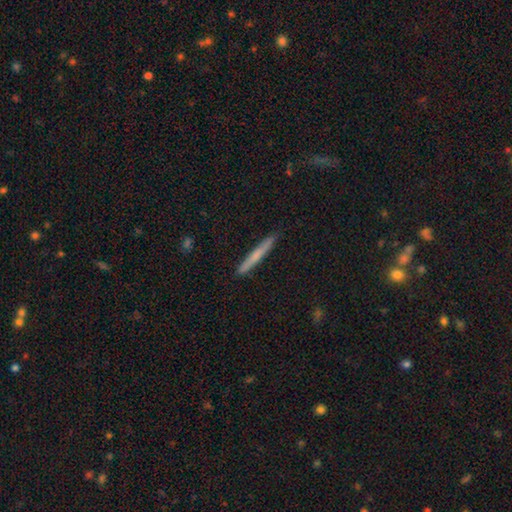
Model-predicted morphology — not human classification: type=smooth (61%); roundness=cigar-shaped (97%); merging=none (91%).